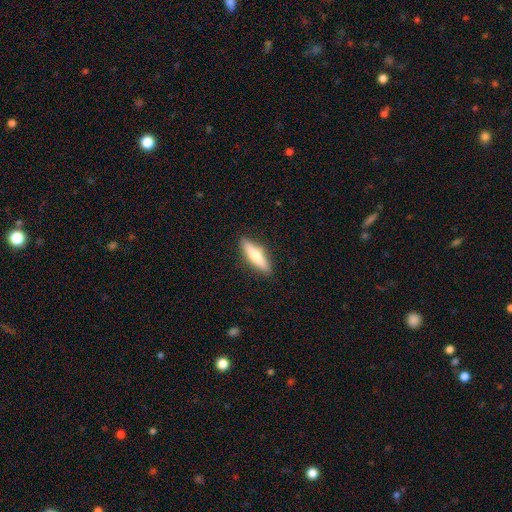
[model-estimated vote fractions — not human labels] A smooth galaxy with no disk features (63%) that is cigar-shaped (69%).

Vote fractions:
- Smooth or featured? smooth: 63% / featured or disk: 31% / star or artifact: 6%
- How rounded? cigar-shaped: 69% / in between: 29% / round: 2%
- Merging? none: 89% / minor disturbance: 8% / major disturbance: 2% / merger: 1%